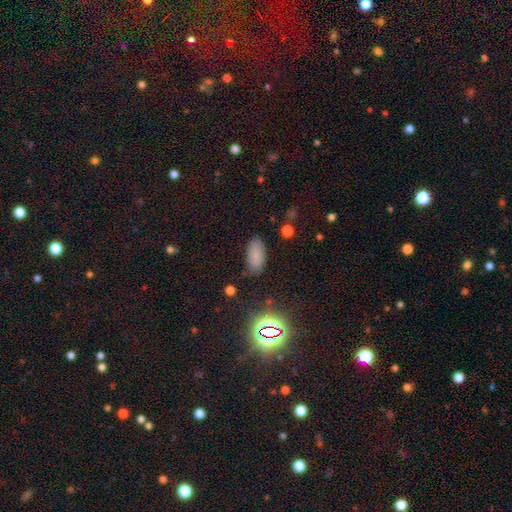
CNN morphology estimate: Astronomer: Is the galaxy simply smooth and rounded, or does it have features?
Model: smooth — 79%.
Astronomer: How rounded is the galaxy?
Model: in between — 91%.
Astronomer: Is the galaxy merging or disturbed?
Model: none — 81%.